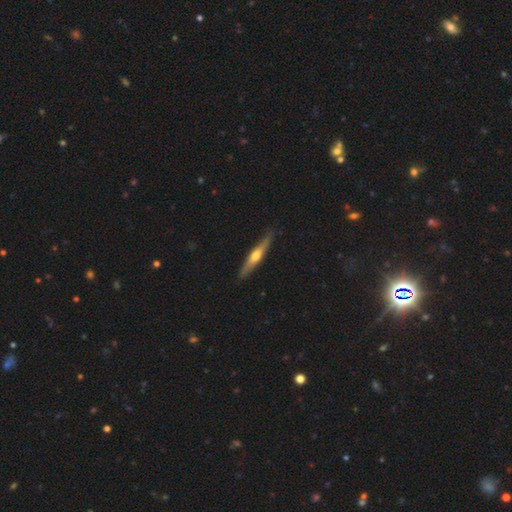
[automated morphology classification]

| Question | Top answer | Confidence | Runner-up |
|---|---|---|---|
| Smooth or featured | featured or disk | 57% | smooth (37%) |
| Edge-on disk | yes | 94% | no (6%) |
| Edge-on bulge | rounded | 86% | none (10%) |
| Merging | none | 87% | minor disturbance (10%) |